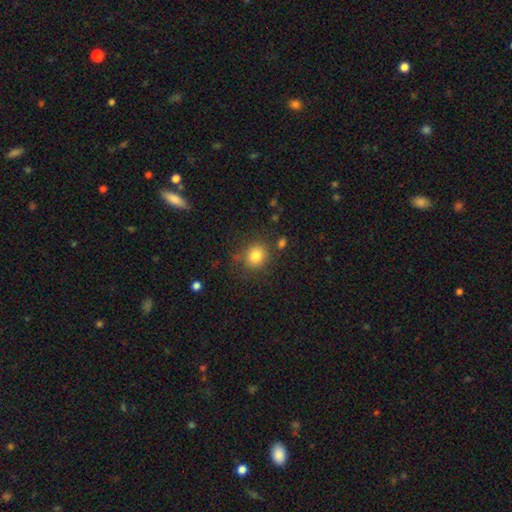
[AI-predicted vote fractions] Overall: smooth (82%). How rounded: round (82%). Merging: none (77%).